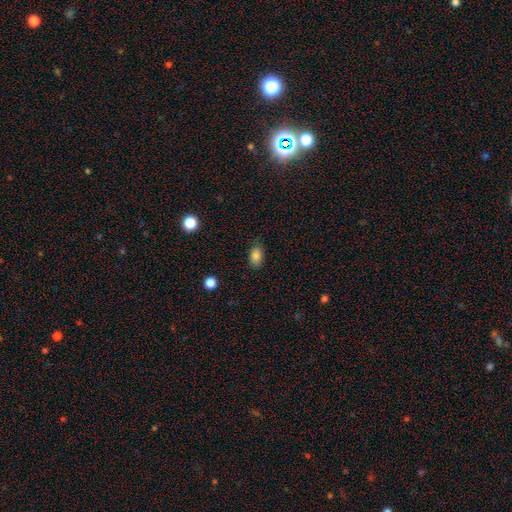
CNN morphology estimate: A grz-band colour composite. It shows a smooth galaxy with no disk features (84%) that is in between round and cigar-shaped (84%). Merging: none (79%).